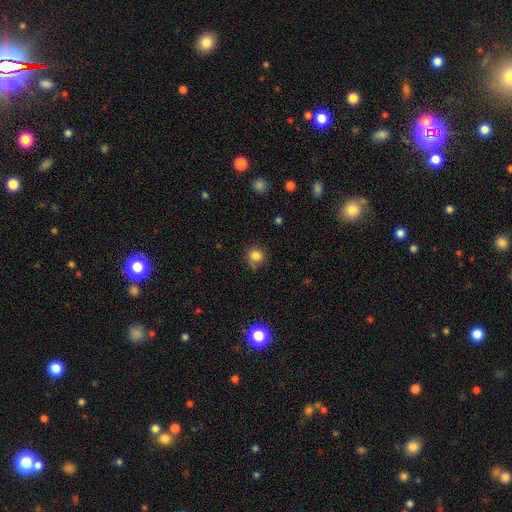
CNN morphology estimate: smooth_or_featured: smooth (p=0.82) [alt: star or artifact p=0.12]
how_rounded: round (p=0.87) [alt: in between p=0.12]
merging: none (p=0.69) [alt: minor disturbance p=0.22]